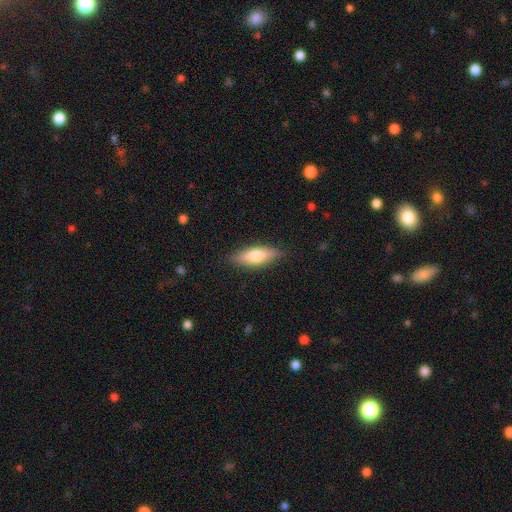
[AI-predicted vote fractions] Smooth or featured: smooth — 61% (featured or disk — 33%)
How rounded: in between — 52% (cigar-shaped — 45%)
Merging: none — 85% (minor disturbance — 12%)